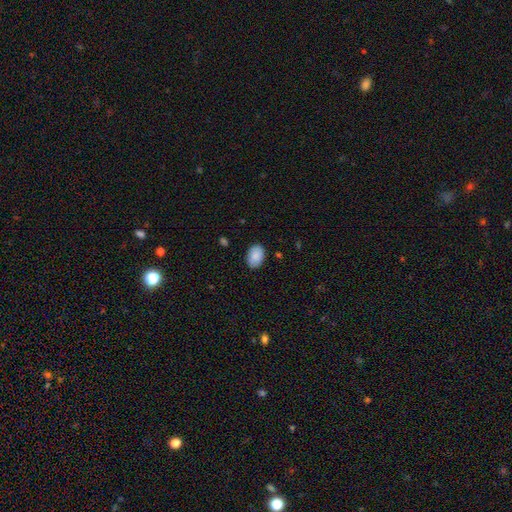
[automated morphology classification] Q: Smooth or featured?
A: smooth (90%); runner-up: star or artifact (6%)
Q: How rounded?
A: in between (87%); runner-up: round (12%)
Q: Merging?
A: none (87%); runner-up: minor disturbance (10%)